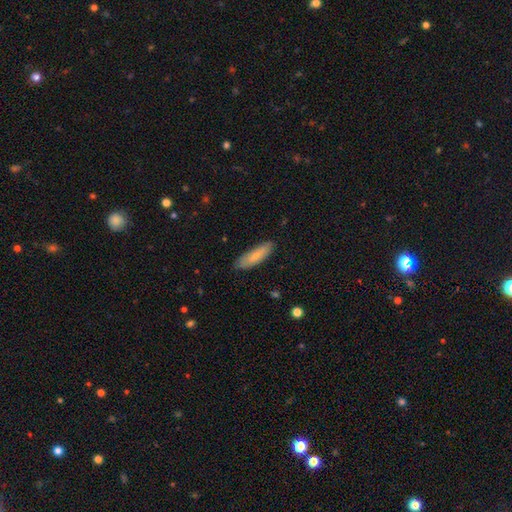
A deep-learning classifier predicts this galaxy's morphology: Smooth or featured? smooth (76%)
How rounded? cigar-shaped (55%)
Merging? none (82%)